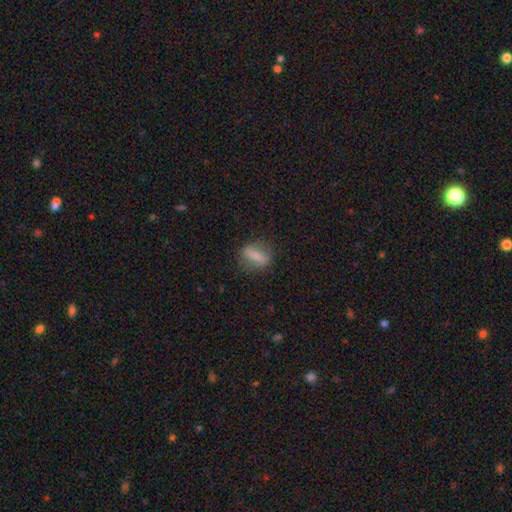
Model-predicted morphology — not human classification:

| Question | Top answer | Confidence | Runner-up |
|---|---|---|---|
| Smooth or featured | smooth | 66% | featured or disk (24%) |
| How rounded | in between | 60% | cigar-shaped (25%) |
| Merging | none | 76% | minor disturbance (16%) |